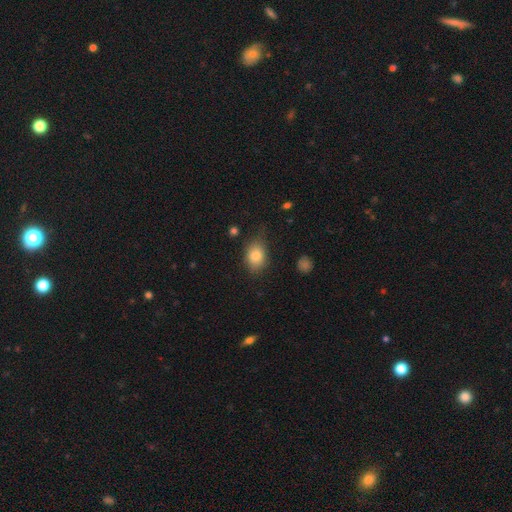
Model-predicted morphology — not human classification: Smooth or featured?
  - smooth: 82% *
  - featured or disk: 9%
  - star or artifact: 9%
How rounded?
  - in between: 72% *
  - round: 26%
  - cigar-shaped: 2%
Merging?
  - none: 68% *
  - minor disturbance: 24%
  - major disturbance: 6%
  - merger: 2%